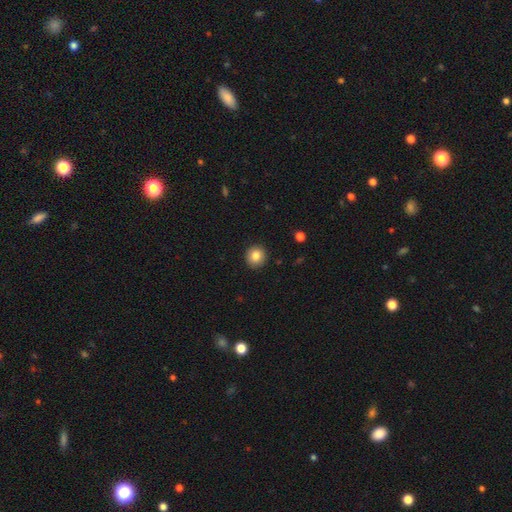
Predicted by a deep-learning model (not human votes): smooth 84%, star or artifact 9%, featured or disk 7%. Down the decision tree: how rounded — round (92%); merging — none (92%).